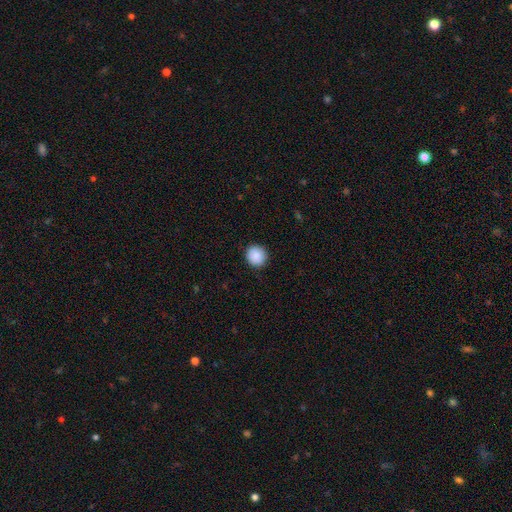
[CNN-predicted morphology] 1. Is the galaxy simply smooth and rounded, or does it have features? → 89% smooth, 8% star or artifact, 3% featured or disk.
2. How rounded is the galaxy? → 91% round, 8% in between, 1% cigar-shaped.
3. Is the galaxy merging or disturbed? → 90% none, 7% minor disturbance, 2% major disturbance, 1% merger.